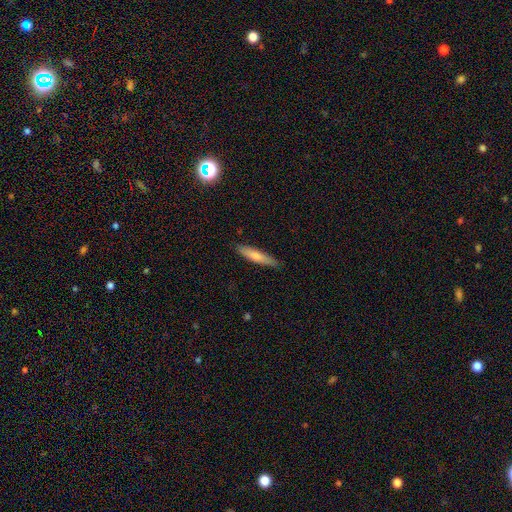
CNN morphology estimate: A smooth galaxy with no disk features (72%) that is cigar-shaped (85%). Merging: none (87%).